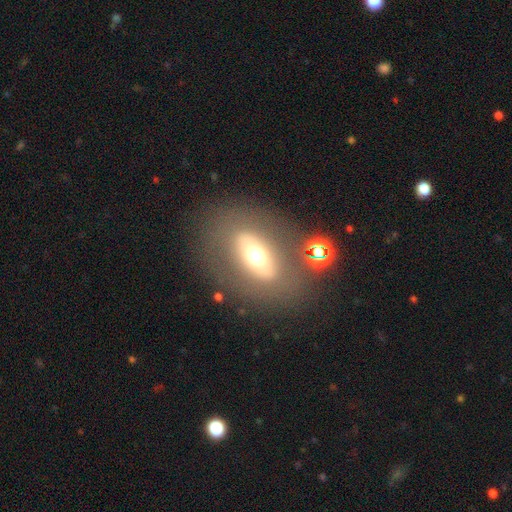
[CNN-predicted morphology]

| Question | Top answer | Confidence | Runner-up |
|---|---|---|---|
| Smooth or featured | smooth | 46% | featured or disk (43%) |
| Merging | none | 76% | minor disturbance (11%) |